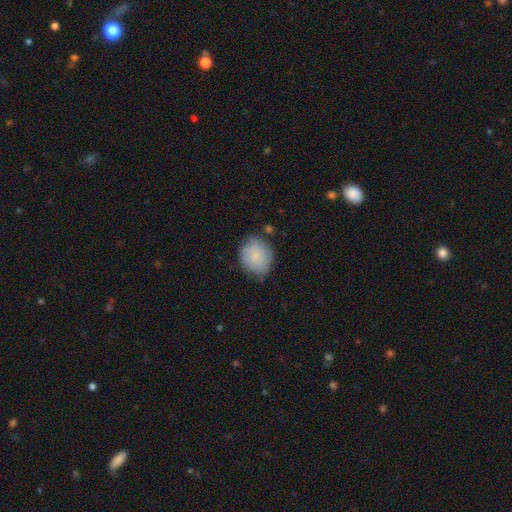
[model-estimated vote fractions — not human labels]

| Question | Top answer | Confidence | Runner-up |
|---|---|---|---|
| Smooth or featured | smooth | 78% | featured or disk (15%) |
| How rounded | round | 74% | in between (25%) |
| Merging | none | 70% | minor disturbance (22%) |